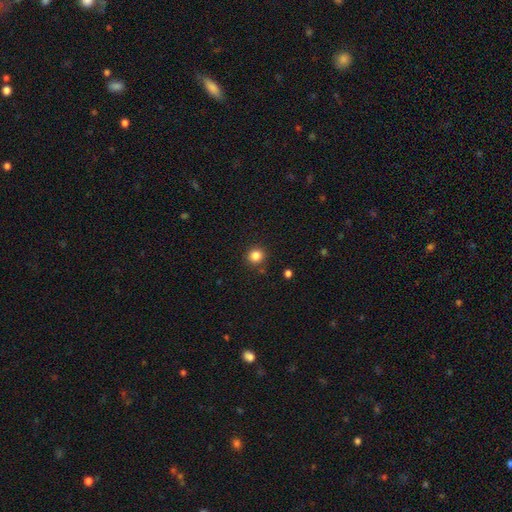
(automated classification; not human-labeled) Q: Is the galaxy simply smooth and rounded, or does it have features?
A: smooth — 84%.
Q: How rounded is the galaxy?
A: round — 92%.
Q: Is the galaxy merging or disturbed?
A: none — 89%.